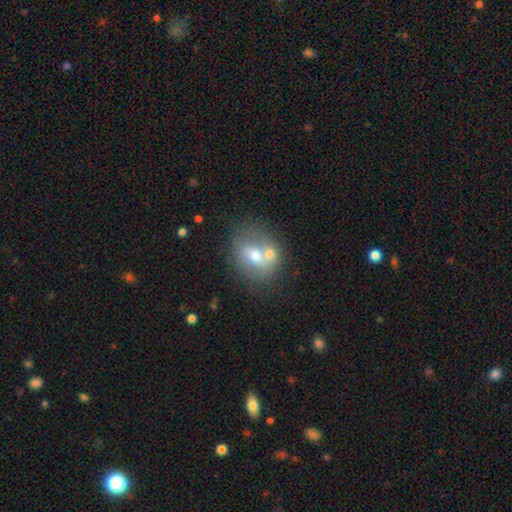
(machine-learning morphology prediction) Smooth or featured?
  - smooth: 57% *
  - featured or disk: 34%
  - star or artifact: 10%
How rounded?
  - round: 52% *
  - in between: 47%
  - cigar-shaped: 1%
Merging?
  - merger: 45% *
  - none: 36%
  - minor disturbance: 13%
  - major disturbance: 6%